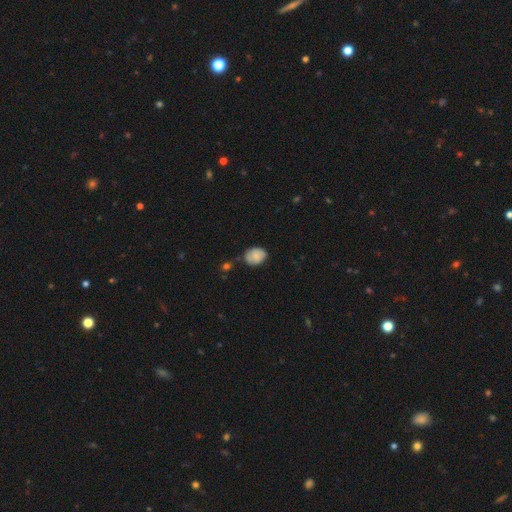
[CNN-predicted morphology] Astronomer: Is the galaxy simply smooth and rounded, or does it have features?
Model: smooth — 78%.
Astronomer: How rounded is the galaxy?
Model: in between — 55% (runner-up: round, 44%).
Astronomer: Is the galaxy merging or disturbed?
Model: none — 65%.